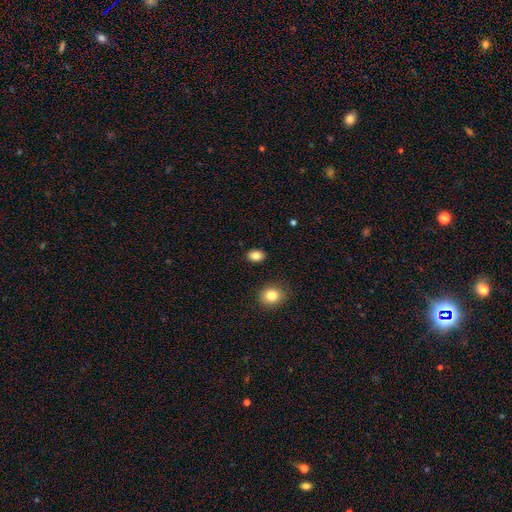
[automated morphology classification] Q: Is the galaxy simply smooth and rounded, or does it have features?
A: smooth — 86%.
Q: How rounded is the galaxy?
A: in between — 74%.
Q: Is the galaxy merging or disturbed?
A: none — 88%.